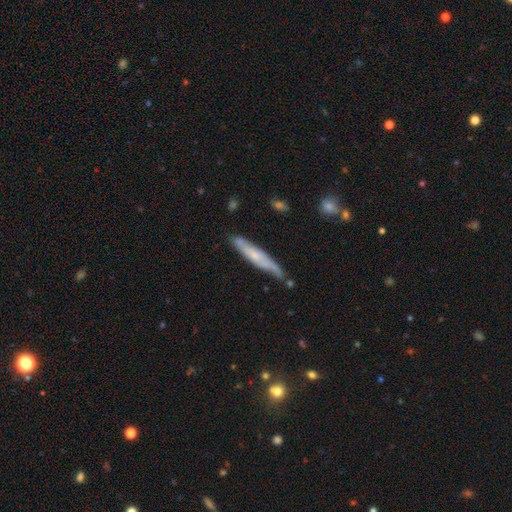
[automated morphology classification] Overall: smooth (47%, tied with featured or disk). Merging: none (68%).